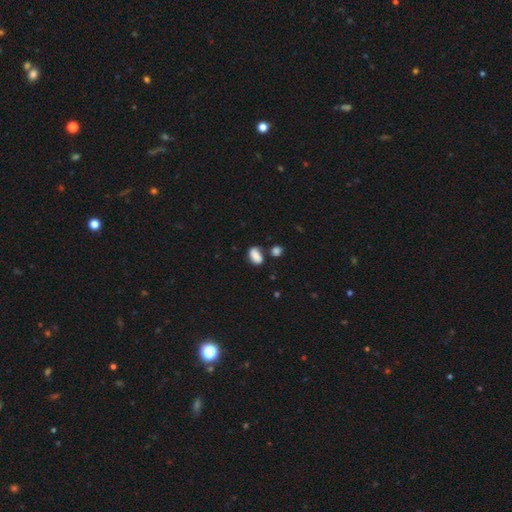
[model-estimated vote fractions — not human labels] Smooth or featured: smooth — 84% (star or artifact — 9%)
How rounded: in between — 87% (round — 9%)
Merging: none — 60% (minor disturbance — 19%)